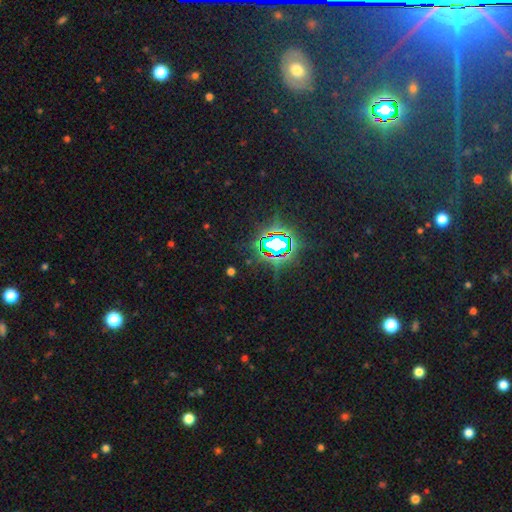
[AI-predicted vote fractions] Q: Smooth or featured?
A: star or artifact (84%); runner-up: smooth (9%)